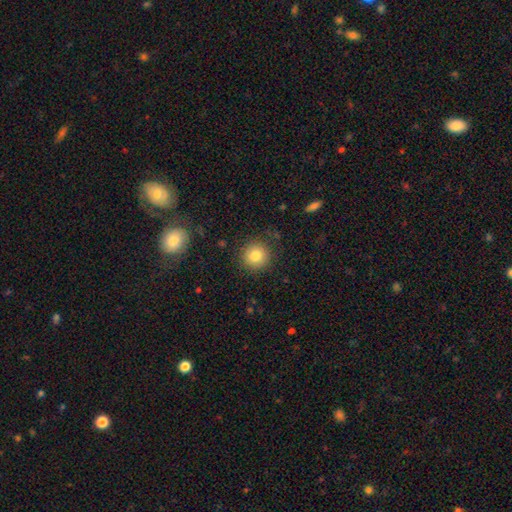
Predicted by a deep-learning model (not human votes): Smooth or featured?
  - smooth: 82% *
  - star or artifact: 10%
  - featured or disk: 8%
How rounded?
  - round: 93% *
  - in between: 6%
  - cigar-shaped: 1%
Merging?
  - none: 88% *
  - minor disturbance: 8%
  - major disturbance: 3%
  - merger: 1%